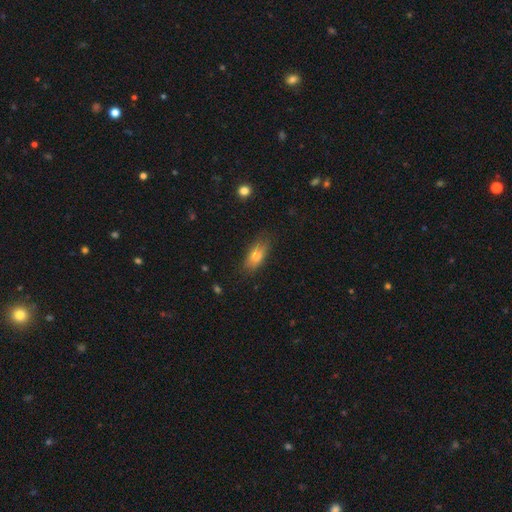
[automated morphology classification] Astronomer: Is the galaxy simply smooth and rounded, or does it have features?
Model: smooth — 76%.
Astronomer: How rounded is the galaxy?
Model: in between — 78%.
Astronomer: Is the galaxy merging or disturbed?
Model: none — 76%.